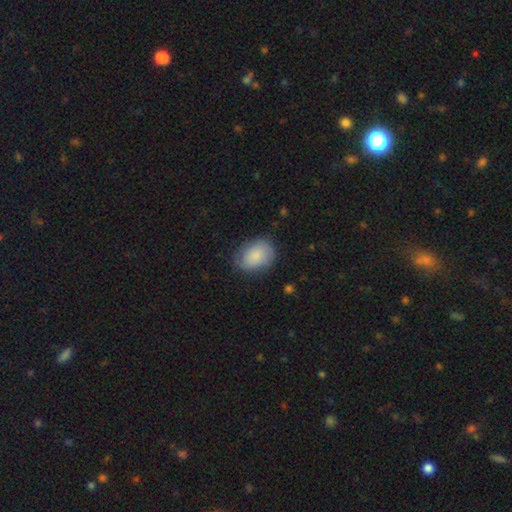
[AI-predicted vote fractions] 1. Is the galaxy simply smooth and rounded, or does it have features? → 80% smooth, 14% featured or disk, 7% star or artifact.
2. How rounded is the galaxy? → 71% in between, 28% round, 1% cigar-shaped.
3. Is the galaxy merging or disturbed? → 73% none, 21% minor disturbance, 5% major disturbance, 1% merger.